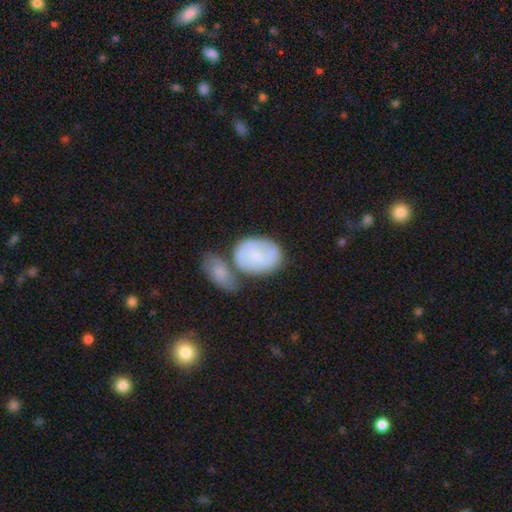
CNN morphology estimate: smooth-or-featured: smooth: 57% | featured or disk: 37% | star or artifact: 6%
  how-rounded: in between: 72% | round: 26% | cigar-shaped: 2%
  merging: none: 39% | merger: 37% | minor disturbance: 18% | major disturbance: 7%